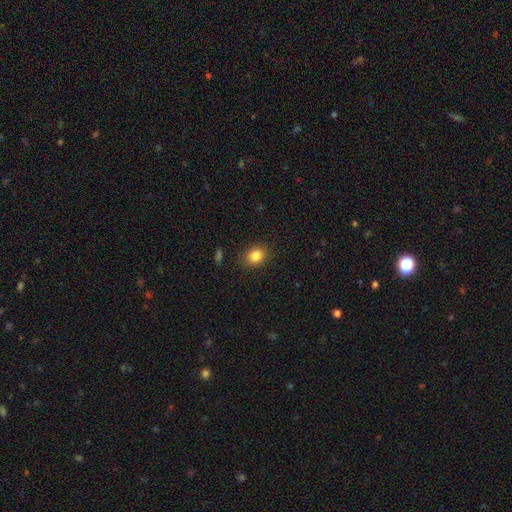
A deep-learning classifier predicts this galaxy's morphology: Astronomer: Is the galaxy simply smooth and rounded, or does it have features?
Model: smooth — 84%.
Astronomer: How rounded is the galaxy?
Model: round — 58% (runner-up: in between, 41%).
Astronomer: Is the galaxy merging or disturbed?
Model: none — 86%.